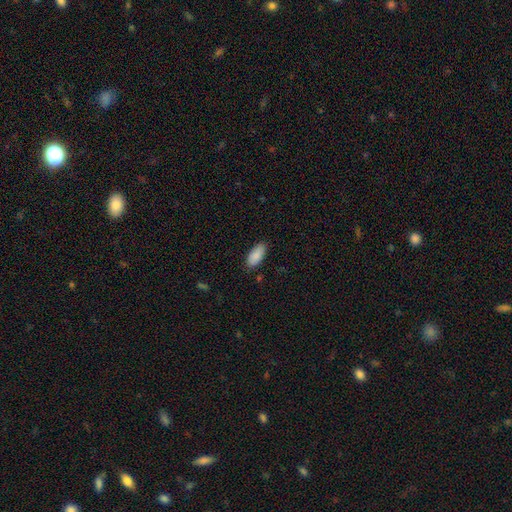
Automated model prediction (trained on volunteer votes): smooth_or_featured: smooth (p=0.88) [alt: star or artifact p=0.06]
how_rounded: in between (p=0.89) [alt: cigar-shaped p=0.09]
merging: none (p=0.82) [alt: minor disturbance p=0.14]